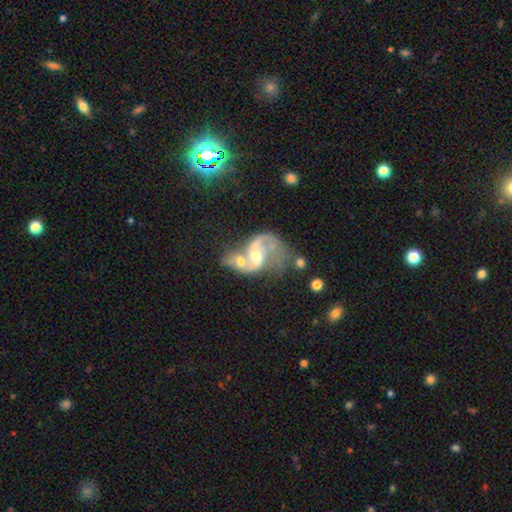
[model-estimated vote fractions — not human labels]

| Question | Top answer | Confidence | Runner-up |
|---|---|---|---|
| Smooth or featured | featured or disk | 80% | smooth (12%) |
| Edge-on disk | no | 98% | yes (2%) |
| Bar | no | 49% | weak (38%) |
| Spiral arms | yes | 87% | no (13%) |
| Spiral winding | loose | 60% | medium (33%) |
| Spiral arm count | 2 | 79% | 1 (10%) |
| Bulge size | moderate | 63% | small (22%) |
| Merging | merger | 66% | major disturbance (15%) |